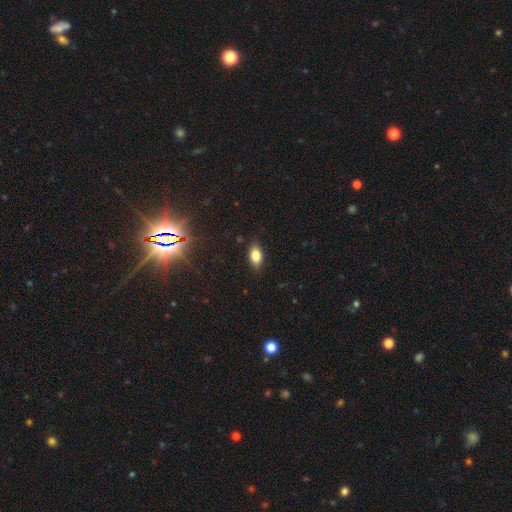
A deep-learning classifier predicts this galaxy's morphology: This is likely a smooth galaxy (80%). How rounded: clearly in between (88%). Merging: clearly none (86%).